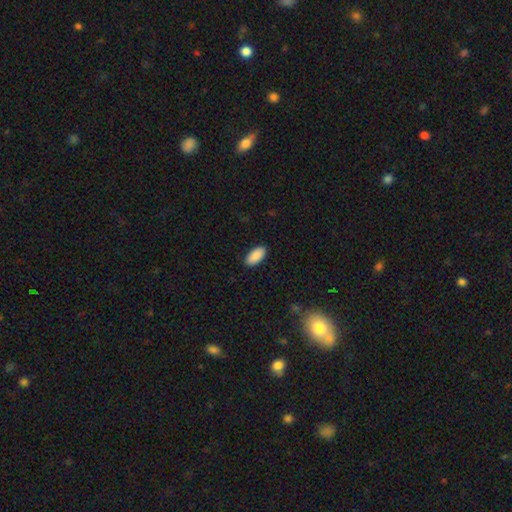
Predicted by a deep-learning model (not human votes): Smooth or featured? smooth (90%)
How rounded? in between (93%)
Merging? none (89%)